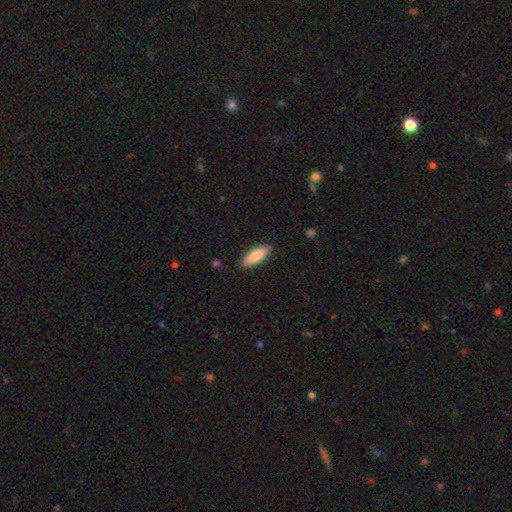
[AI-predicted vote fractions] Morphology: type=smooth (84%); roundness=in between (64%); merging=none (86%).